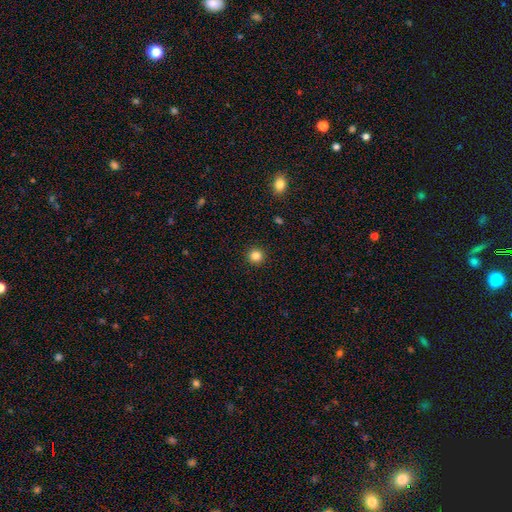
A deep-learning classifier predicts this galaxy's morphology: Smooth or featured?
  - smooth: 84% *
  - star or artifact: 12%
  - featured or disk: 4%
How rounded?
  - round: 95% *
  - in between: 4%
  - cigar-shaped: 1%
Merging?
  - none: 93% *
  - minor disturbance: 4%
  - major disturbance: 2%
  - merger: 1%